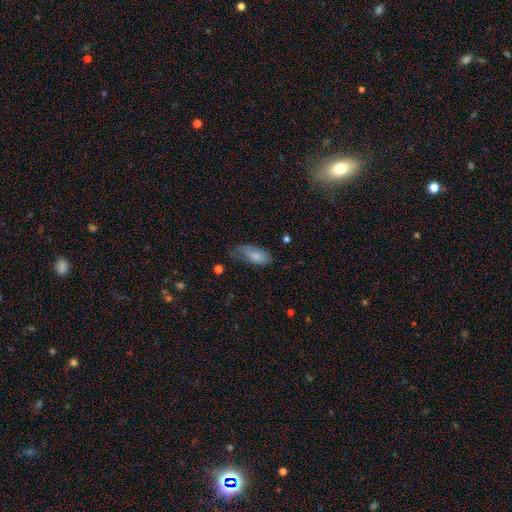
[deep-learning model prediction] smooth-or-featured: smooth: 78% | featured or disk: 15% | star or artifact: 7%
  how-rounded: in between: 88% | cigar-shaped: 10% | round: 2%
  merging: none: 41% | minor disturbance: 38% | major disturbance: 19% | merger: 2%